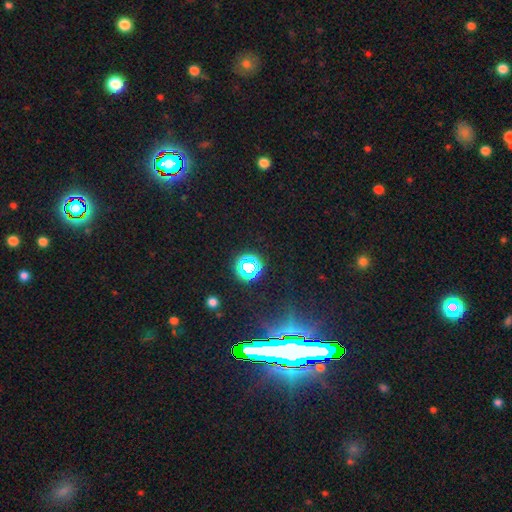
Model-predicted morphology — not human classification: smooth-or-featured: star or artifact: 76% | smooth: 14% | featured or disk: 10%